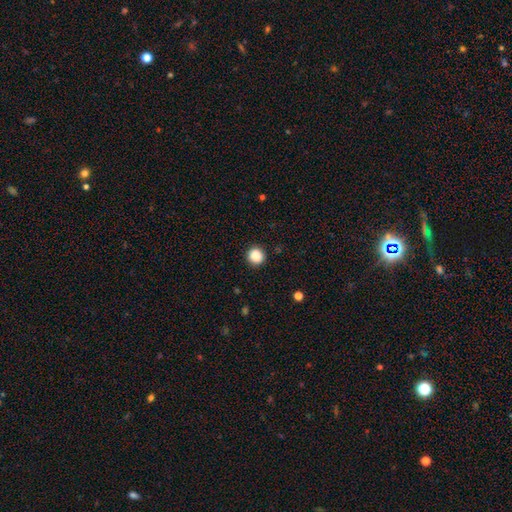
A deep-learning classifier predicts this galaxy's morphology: type=smooth (88%); roundness=round (93%); merging=none (91%).